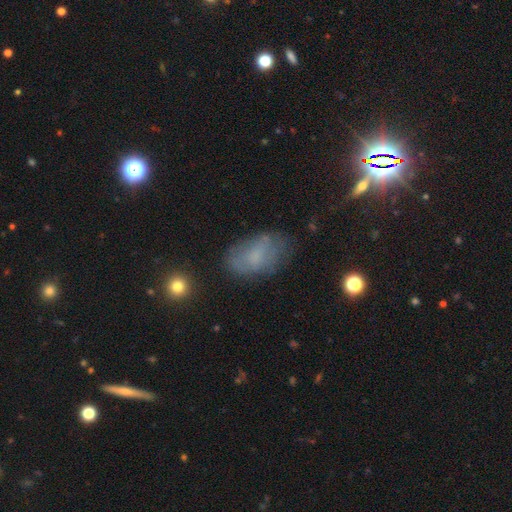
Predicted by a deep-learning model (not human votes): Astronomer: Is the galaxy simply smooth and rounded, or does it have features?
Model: smooth — 59%.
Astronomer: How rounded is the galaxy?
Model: in between — 92%.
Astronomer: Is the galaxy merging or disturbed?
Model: none — 64%.